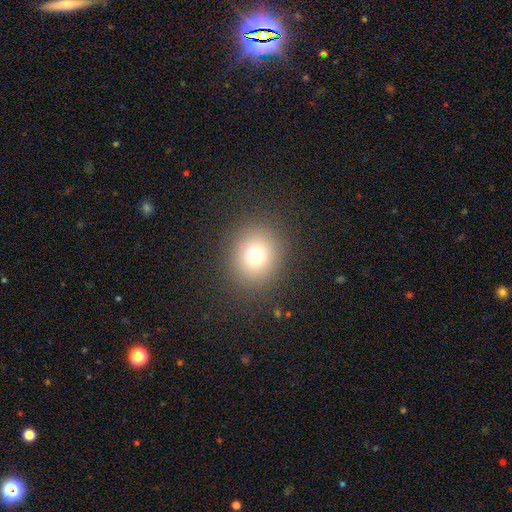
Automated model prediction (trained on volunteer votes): Smooth or featured? Predicted: smooth (p=0.72). How rounded? Predicted: round (p=0.84). Merging? Predicted: none (p=0.88).